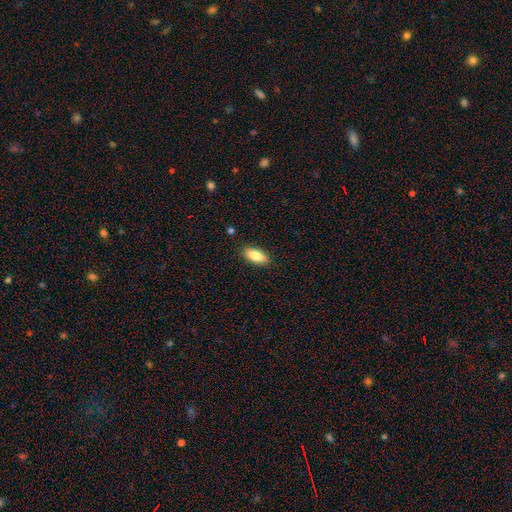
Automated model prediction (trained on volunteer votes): Morphology: type=smooth (83%); roundness=in between (83%); merging=none (89%).